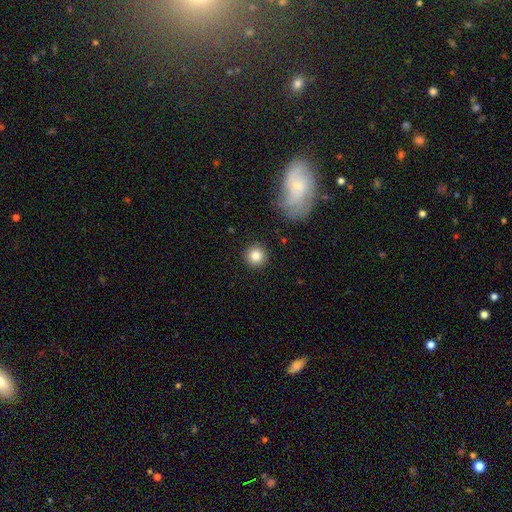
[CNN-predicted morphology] smooth-or-featured: smooth: 83% | star or artifact: 10% | featured or disk: 7%
  how-rounded: round: 95% | in between: 4% | cigar-shaped: 1%
  merging: none: 91% | minor disturbance: 6% | major disturbance: 2% | merger: 2%